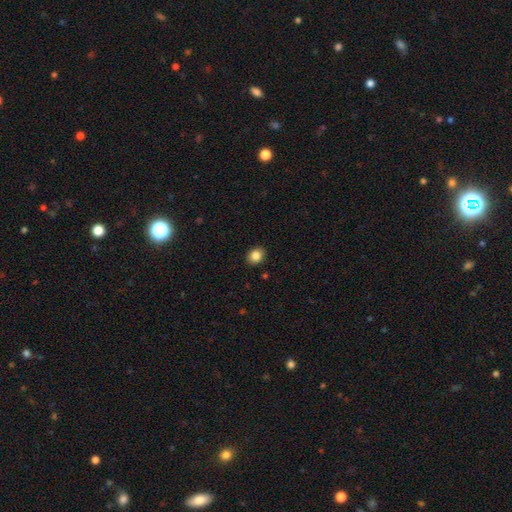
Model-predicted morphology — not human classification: smooth_or_featured: smooth (p=0.85) [alt: star or artifact p=0.09]
how_rounded: in between (p=0.52) [alt: round p=0.47]
merging: none (p=0.90) [alt: minor disturbance p=0.07]